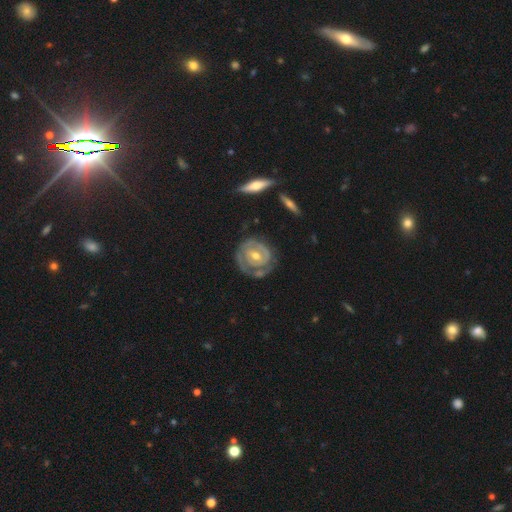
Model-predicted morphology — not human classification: Overall: featured or disk (84%). Edge-on disk: no (96%). Bar: no (48%; weak 38%). Spiral arms: yes (87%). Spiral arm count: 2 (49%; can't tell 21%). Spiral winding: tight (76%). Bulge size: moderate (63%; small 32%). Merging: none (67%).